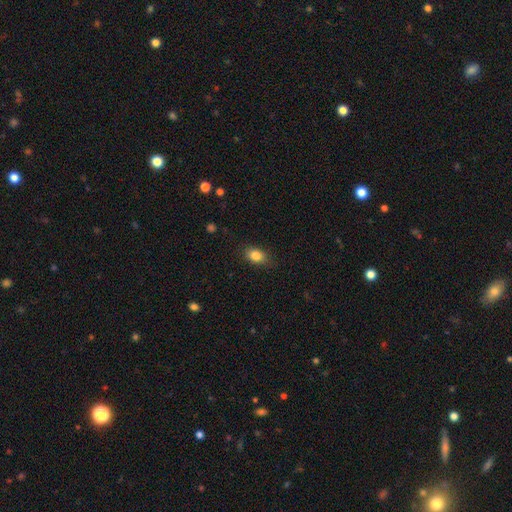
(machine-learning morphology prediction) This appears to be a smooth galaxy with no disk features (84%) that is in between round and cigar-shaped (79%). Merging: none (83%).